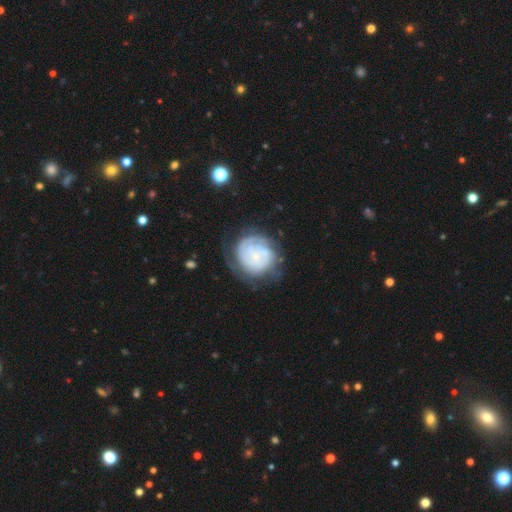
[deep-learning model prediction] Smooth or featured?
  - featured or disk: 73% *
  - smooth: 20%
  - star or artifact: 7%
Edge-on disk?
  - no: 98% *
  - yes: 2%
Bar?
  - no: 70% *
  - weak: 25%
  - strong: 5%
Spiral arms?
  - yes: 88% *
  - no: 12%
Spiral winding?
  - tight: 73% *
  - medium: 21%
  - loose: 7%
Spiral arm count?
  - can't tell: 43% *
  - 2: 22%
  - 3: 16%
  - 4: 8%
  - 1: 6%
  - more than 4: 5%
Bulge size?
  - small: 66% *
  - none: 19%
  - moderate: 12%
  - large: 2%
  - dominant: 1%
Merging?
  - none: 62% *
  - minor disturbance: 21%
  - major disturbance: 13%
  - merger: 4%